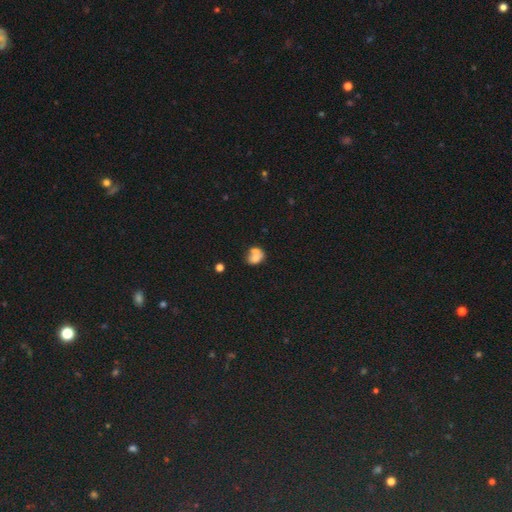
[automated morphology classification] This appears to be a smooth galaxy with no disk features (66%) that is in between round and cigar-shaped (55%). Merging: merger (50%).